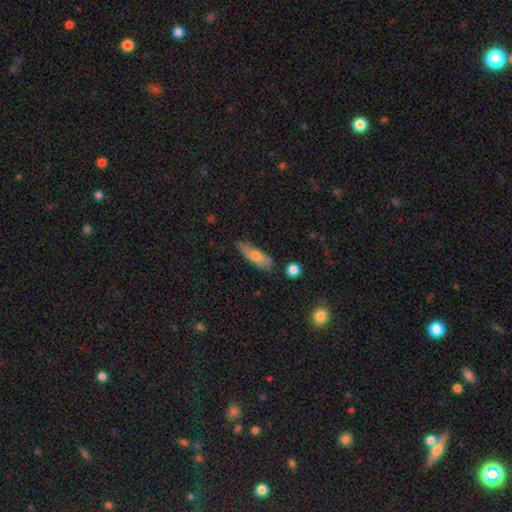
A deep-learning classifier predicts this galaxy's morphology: This is likely a smooth galaxy (70%). How rounded: possibly in between (52%). Merging: likely none (70%).